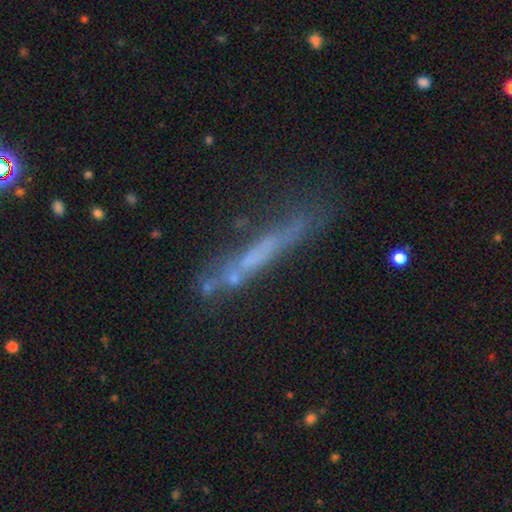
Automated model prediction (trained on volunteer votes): A featured or disk galaxy (51%) viewed edge-on (79%). Merging: none (63%).